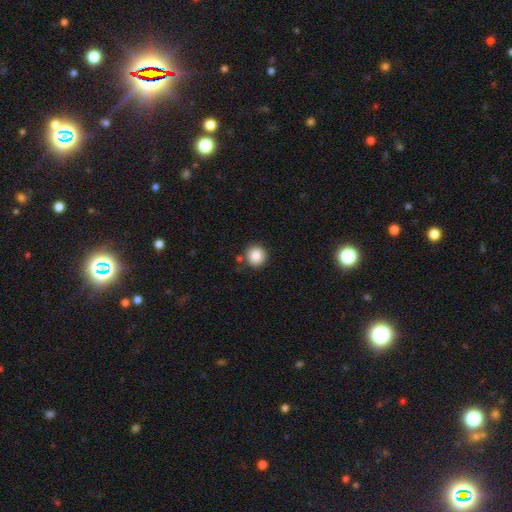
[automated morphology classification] Smooth or featured? Predicted: smooth (p=0.86). How rounded? Predicted: round (p=0.94). Merging? Predicted: none (p=0.84).